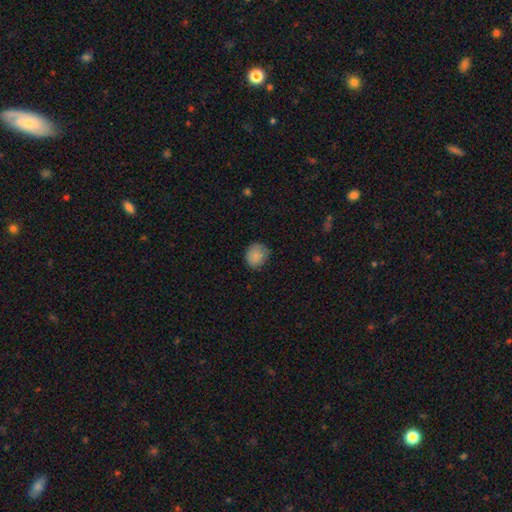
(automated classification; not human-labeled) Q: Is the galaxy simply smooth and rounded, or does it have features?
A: smooth — 86%.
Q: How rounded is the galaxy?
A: round — 78%.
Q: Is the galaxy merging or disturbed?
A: none — 77%.